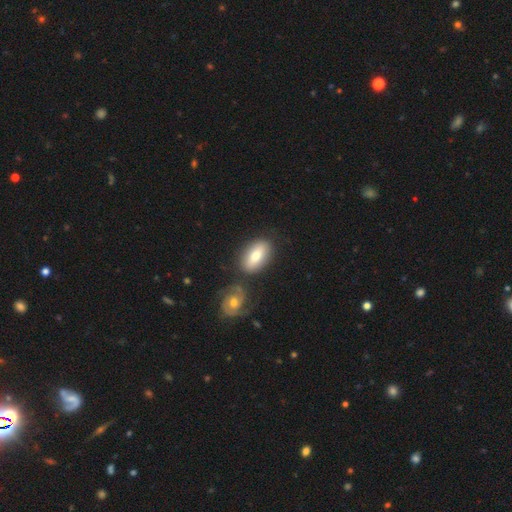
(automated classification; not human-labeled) Morphology: type=smooth (71%); roundness=in between (87%); merging=none (68%).